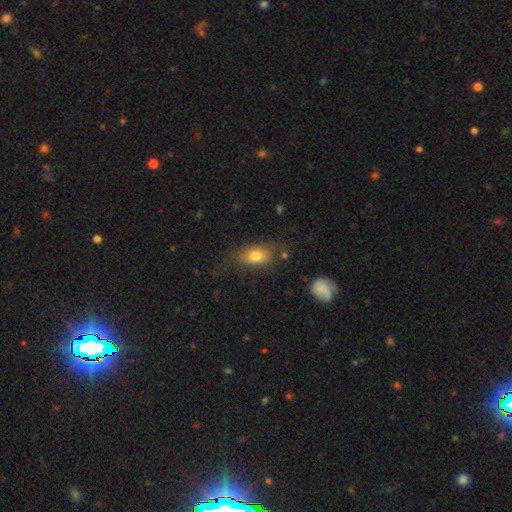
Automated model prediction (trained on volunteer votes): Overall: smooth (75%). How rounded: in between (85%). Merging: none (63%).